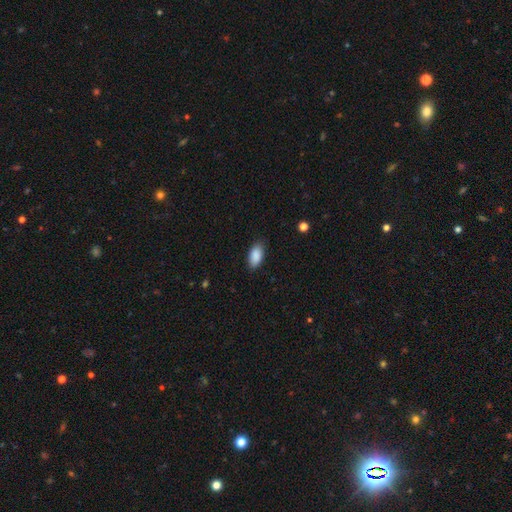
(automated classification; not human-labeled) smooth_or_featured: smooth (p=0.90) [alt: star or artifact p=0.06]
how_rounded: in between (p=0.94) [alt: cigar-shaped p=0.04]
merging: none (p=0.85) [alt: minor disturbance p=0.11]